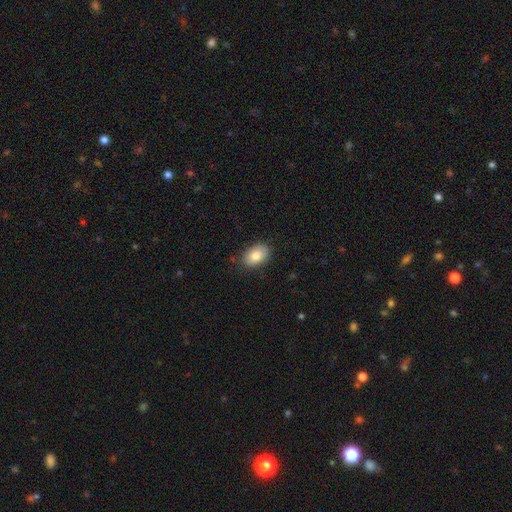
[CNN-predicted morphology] This appears to be a smooth galaxy with no disk features (84%) that is in between round and cigar-shaped (88%). Merging: none (84%).